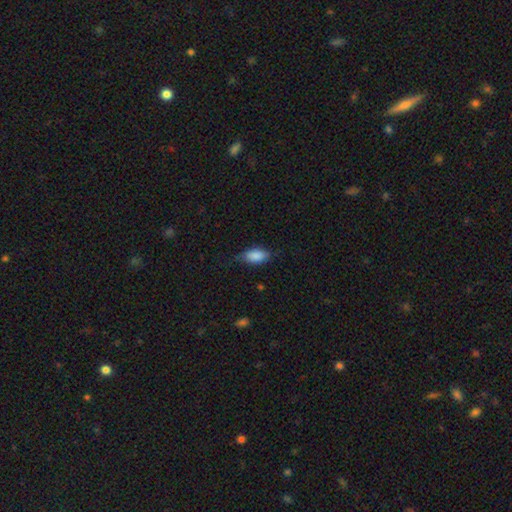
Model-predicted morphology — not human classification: The model was most divided on "merging": none: 68%, minor disturbance: 25%, major disturbance: 6%, merger: 1%. More confident: how rounded — in between (89%); smooth or featured — smooth (84%).